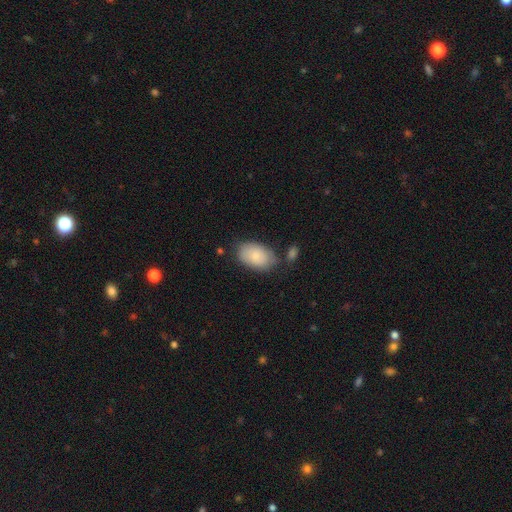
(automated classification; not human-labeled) A smooth galaxy with no disk features (83%) that is in between round and cigar-shaped (93%).

Vote fractions:
- Smooth or featured? smooth: 83% / featured or disk: 11% / star or artifact: 6%
- How rounded? in between: 93% / round: 6% / cigar-shaped: 1%
- Merging? none: 69% / minor disturbance: 19% / merger: 7% / major disturbance: 5%